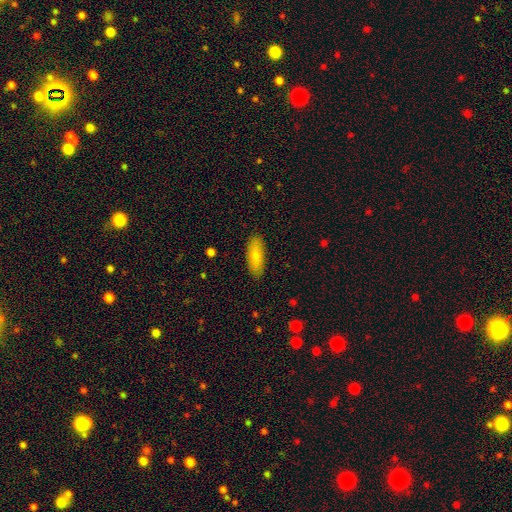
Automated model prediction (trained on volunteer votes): This appears to be a smooth galaxy with no disk features (78%) that is in between round and cigar-shaped (73%). Merging: none (88%).